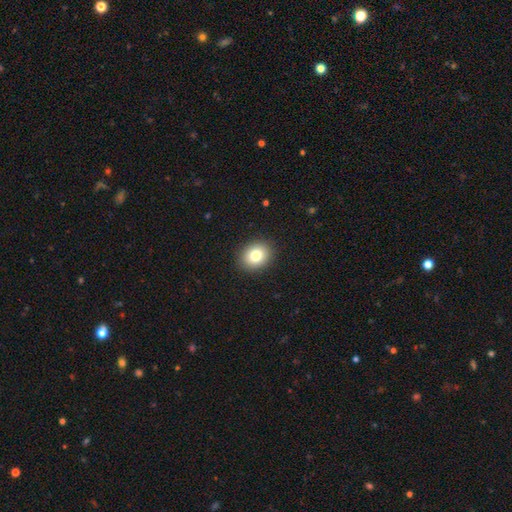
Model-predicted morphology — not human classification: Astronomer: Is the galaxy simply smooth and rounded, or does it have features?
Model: smooth — 81%.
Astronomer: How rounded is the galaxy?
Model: round — 55% (runner-up: in between, 45%).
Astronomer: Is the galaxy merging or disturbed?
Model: none — 90%.